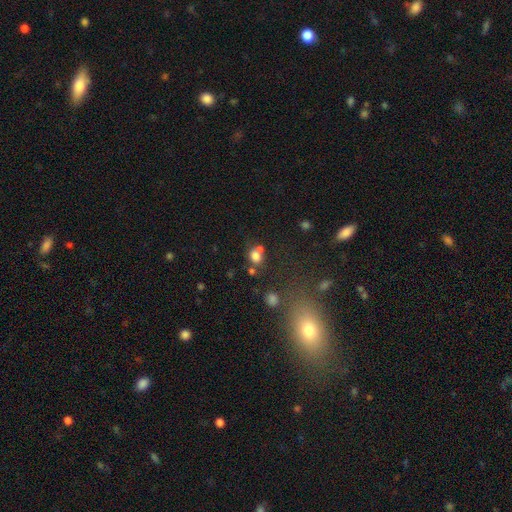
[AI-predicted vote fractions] A smooth galaxy with no disk features (76%) that is round (55%).

Vote fractions:
- Smooth or featured? smooth: 76% / star or artifact: 14% / featured or disk: 9%
- How rounded? round: 55% / in between: 43% / cigar-shaped: 1%
- Merging? none: 47% / merger: 33% / minor disturbance: 13% / major disturbance: 7%